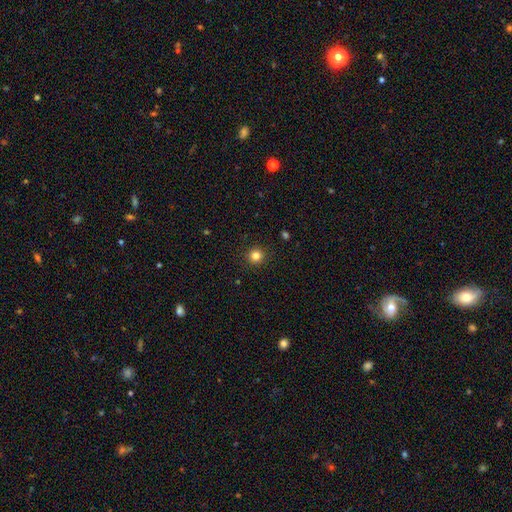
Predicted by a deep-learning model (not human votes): Morphology: type=smooth (83%); roundness=round (94%); merging=none (92%).